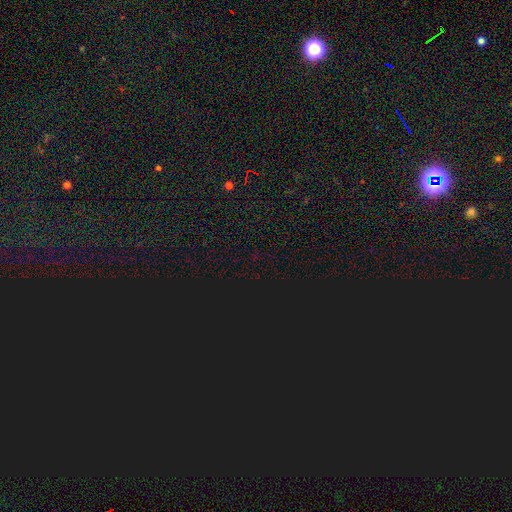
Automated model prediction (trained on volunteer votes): Smooth or featured? Predicted: star or artifact (p=0.78).